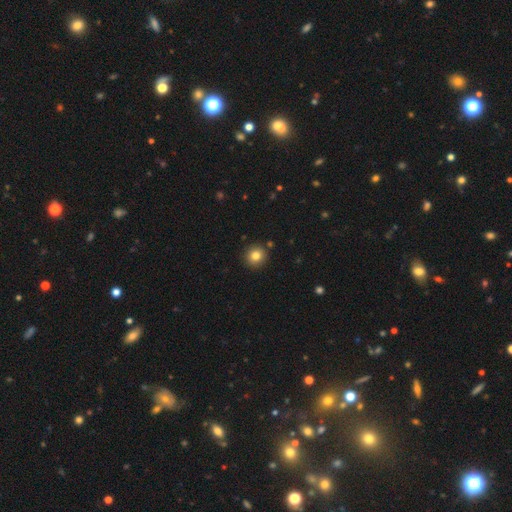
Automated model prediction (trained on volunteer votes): This appears to be a smooth galaxy with no disk features (82%) that is round (92%). Merging: none (90%).